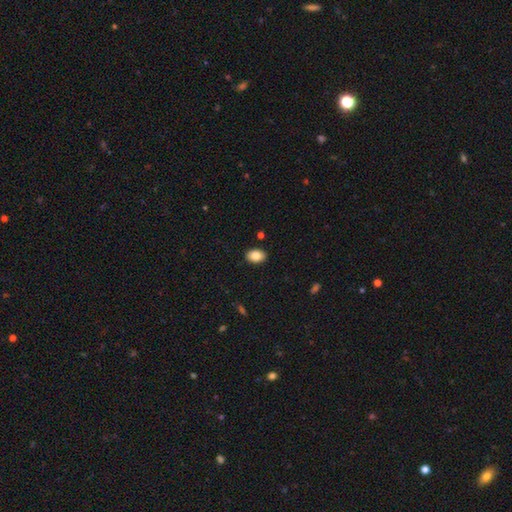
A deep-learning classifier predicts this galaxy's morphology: Smooth or featured?
  - smooth: 85% *
  - featured or disk: 8%
  - star or artifact: 8%
How rounded?
  - in between: 84% *
  - round: 15%
  - cigar-shaped: 1%
Merging?
  - none: 90% *
  - minor disturbance: 7%
  - major disturbance: 2%
  - merger: 1%